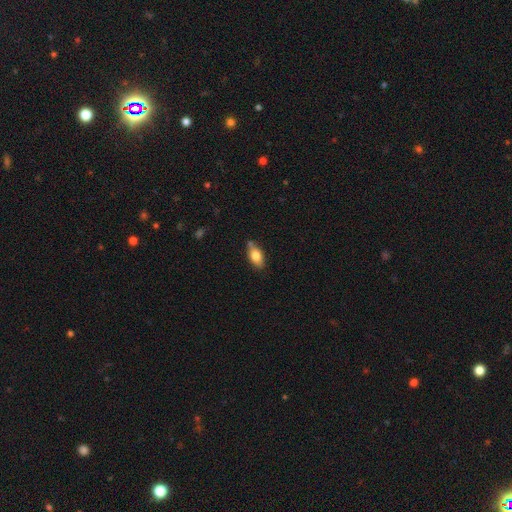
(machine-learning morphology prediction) smooth_or_featured: smooth (p=0.80) [alt: featured or disk p=0.13]
how_rounded: in between (p=0.89) [alt: cigar-shaped p=0.06]
merging: none (p=0.72) [alt: minor disturbance p=0.18]